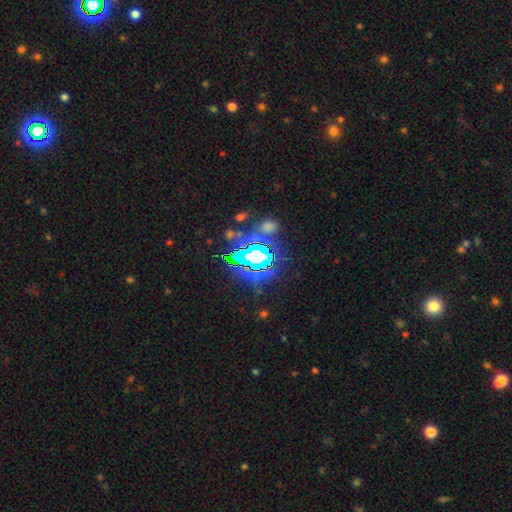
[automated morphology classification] Overall: star or artifact (79%).